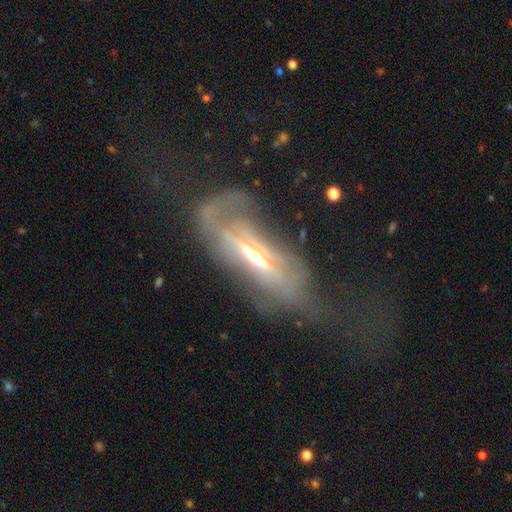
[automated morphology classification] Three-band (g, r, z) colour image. It shows a featured or disk galaxy (67%). Merging: major disturbance (51%).